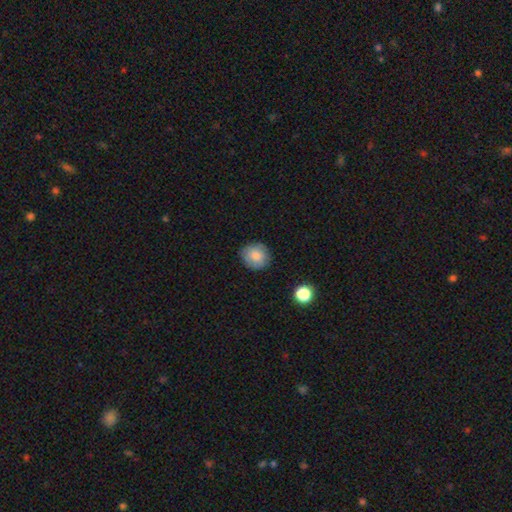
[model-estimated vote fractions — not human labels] The model was most divided on "how rounded": round: 82%, in between: 17%, cigar-shaped: 1%. More confident: merging — none (86%); smooth or featured — smooth (82%).